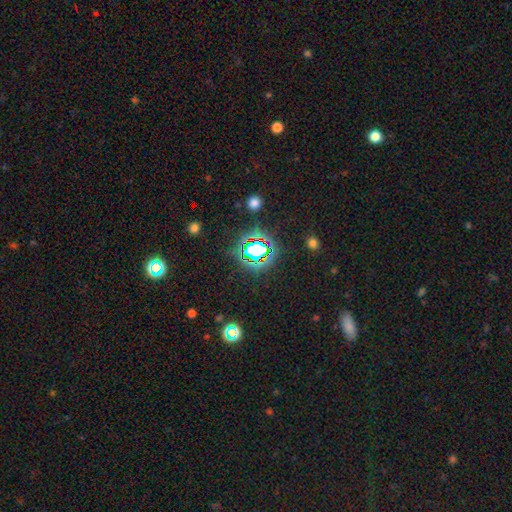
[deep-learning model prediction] A star or artifact, not a galaxy (79%).

Vote fractions:
- Smooth or featured? star or artifact: 79% / smooth: 14% / featured or disk: 8%